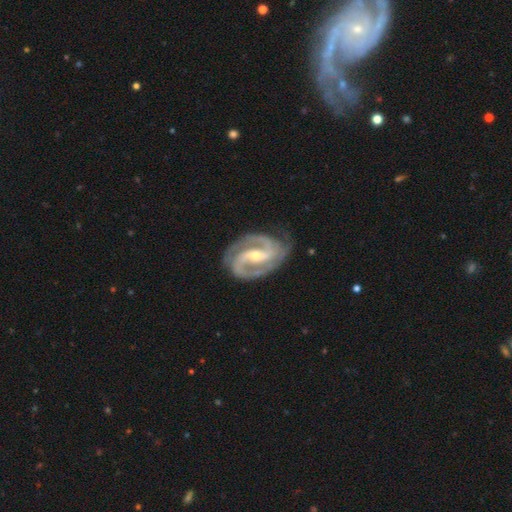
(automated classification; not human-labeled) A featured or disk galaxy (93%) with a strong bar (55%), 2 (85%) medium (51%) spiral arms (98%) and a small central bulge (55%). Merging: none (78%).